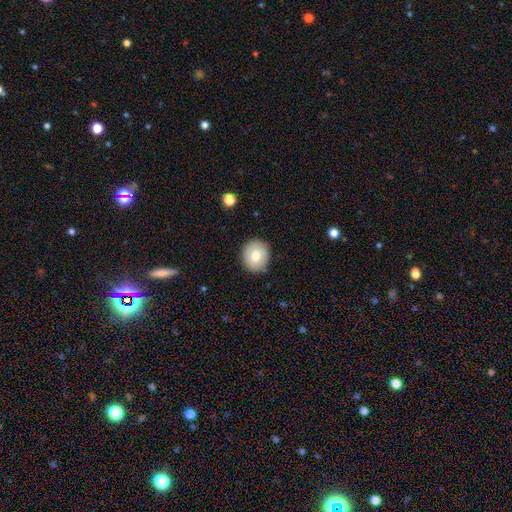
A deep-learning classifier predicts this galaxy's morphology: Smooth or featured? smooth (75%)
How rounded? round (78%)
Merging? none (87%)